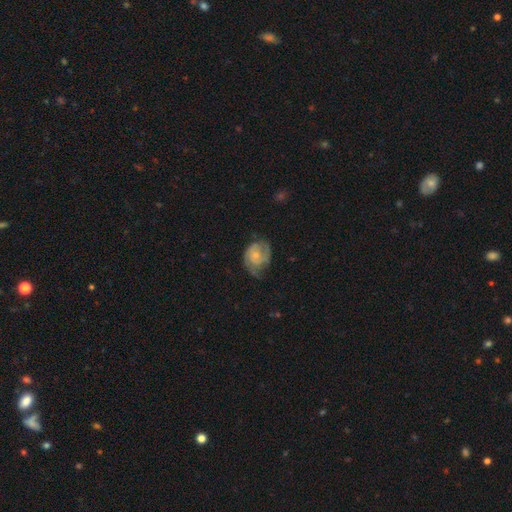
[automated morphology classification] A featured or disk galaxy (54%) with no bar (76%), spiral arms (77%) and a small central bulge (63%). Merging: none (44%).